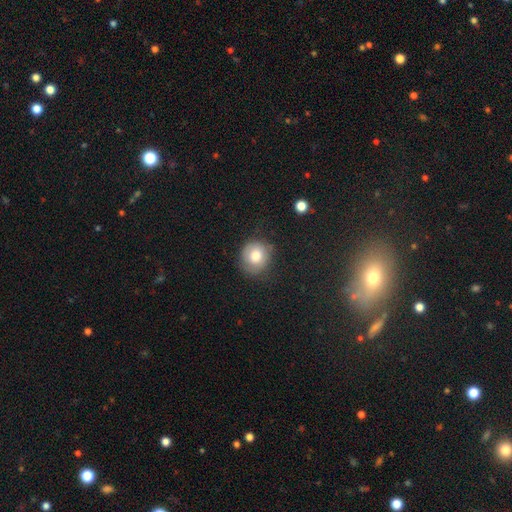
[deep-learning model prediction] Smooth or featured? Predicted: smooth (p=0.76). How rounded? Predicted: round (p=0.84). Merging? Predicted: none (p=0.70).